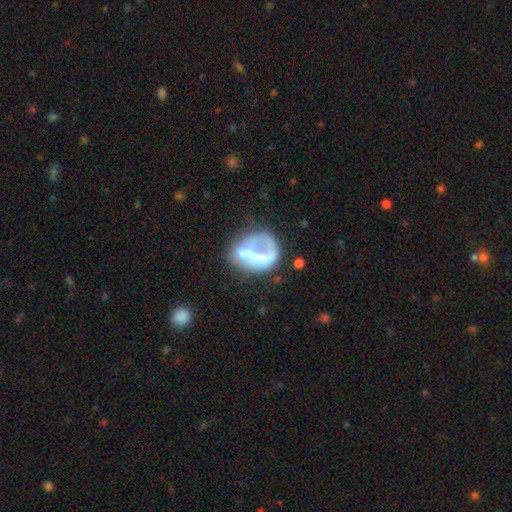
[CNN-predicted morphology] Smooth or featured: featured or disk — 52% (smooth — 40%)
Edge-on disk: no — 97% (yes — 3%)
Bar: no — 61% (weak — 24%)
Spiral arms: no — 76% (yes — 24%)
Bulge size: moderate — 33% (none — 31%)
Merging: none — 34% (major disturbance — 29%)